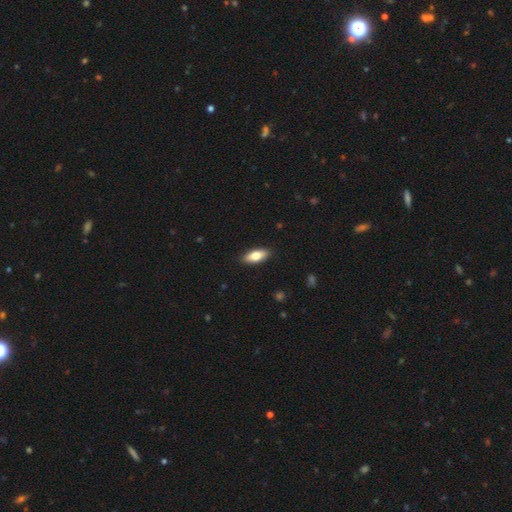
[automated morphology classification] This appears to be a smooth galaxy with no disk features (76%) that is in between round and cigar-shaped (79%). Merging: none (89%).